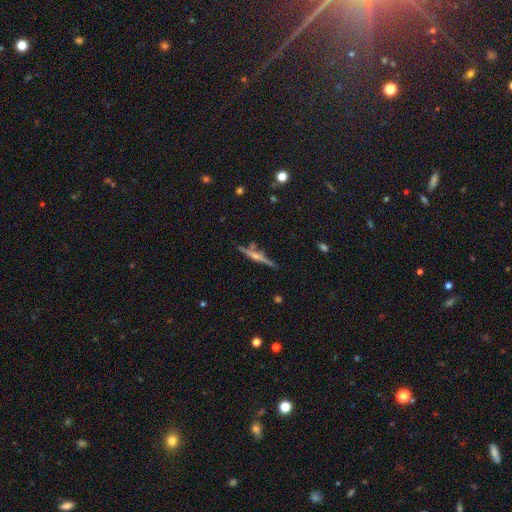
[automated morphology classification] This is likely a featured or disk galaxy (71%). It is clearly viewed edge-on (97%). Edge-on bulge: likely rounded (77%). Merging: clearly none (80%).